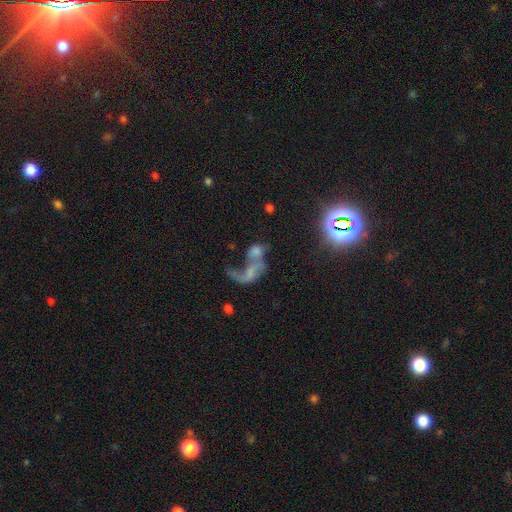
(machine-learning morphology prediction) smooth_or_featured: featured or disk (p=0.41) [alt: smooth p=0.36]
merging: merger (p=0.61) [alt: major disturbance p=0.20]